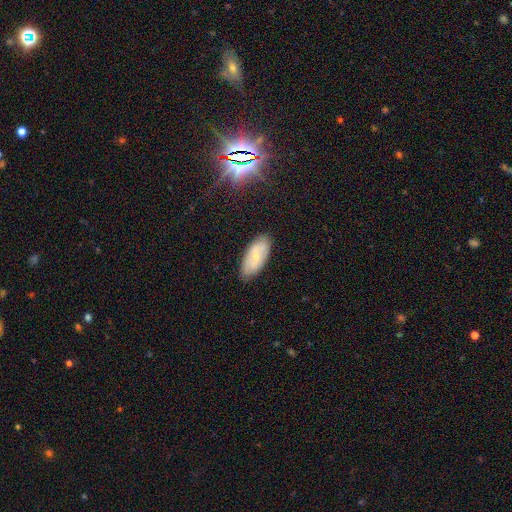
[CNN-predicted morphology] smooth 57%, featured or disk 35%, star or artifact 8%. Down the decision tree: how rounded — in between (89%); merging — none (81%).